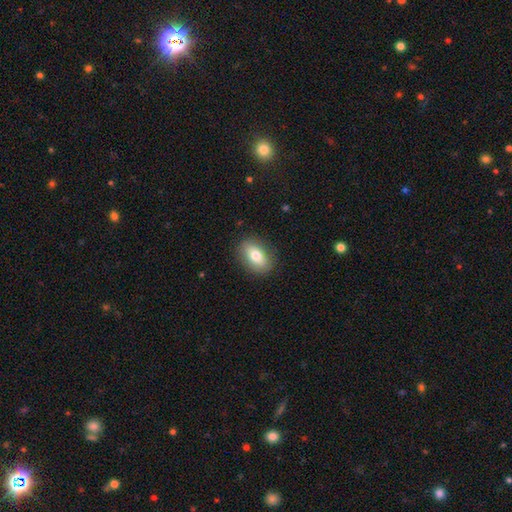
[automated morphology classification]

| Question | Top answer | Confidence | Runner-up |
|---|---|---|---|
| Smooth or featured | smooth | 74% | featured or disk (18%) |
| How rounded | in between | 83% | round (15%) |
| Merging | none | 86% | minor disturbance (10%) |